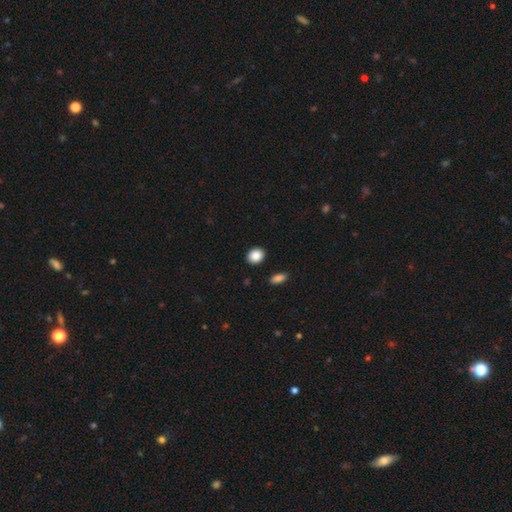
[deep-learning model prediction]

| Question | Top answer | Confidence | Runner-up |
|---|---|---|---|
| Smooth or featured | smooth | 88% | star or artifact (8%) |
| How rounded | round | 58% | in between (40%) |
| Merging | none | 89% | minor disturbance (7%) |